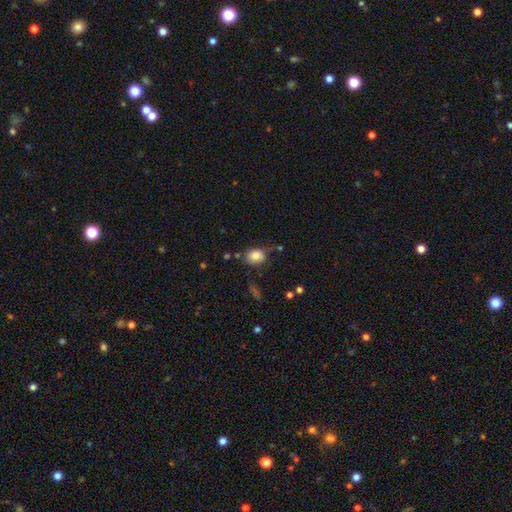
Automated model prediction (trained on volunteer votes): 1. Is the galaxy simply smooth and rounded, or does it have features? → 83% smooth, 10% star or artifact, 8% featured or disk.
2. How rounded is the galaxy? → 50% round, 49% in between, 1% cigar-shaped.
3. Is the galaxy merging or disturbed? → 62% none, 25% minor disturbance, 7% major disturbance, 6% merger.